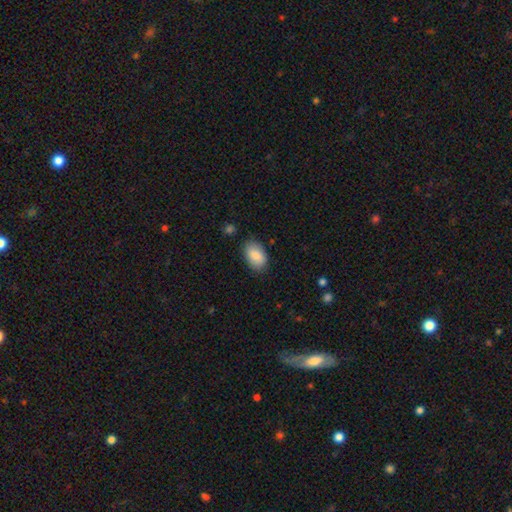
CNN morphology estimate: Smooth or featured? smooth (86%)
How rounded? in between (92%)
Merging? none (83%)